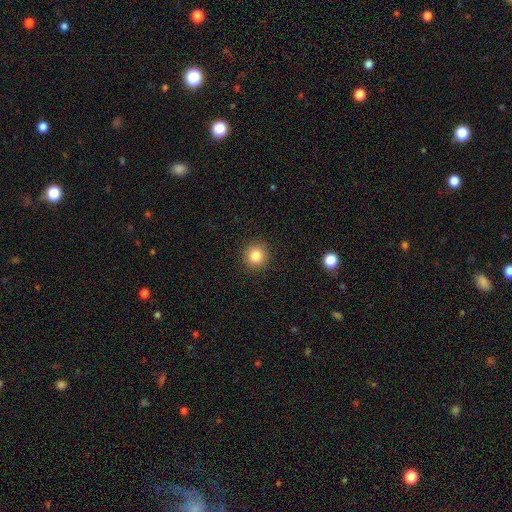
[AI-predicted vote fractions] smooth_or_featured: smooth (p=0.83) [alt: star or artifact p=0.11]
how_rounded: round (p=0.93) [alt: in between p=0.06]
merging: none (p=0.92) [alt: minor disturbance p=0.05]